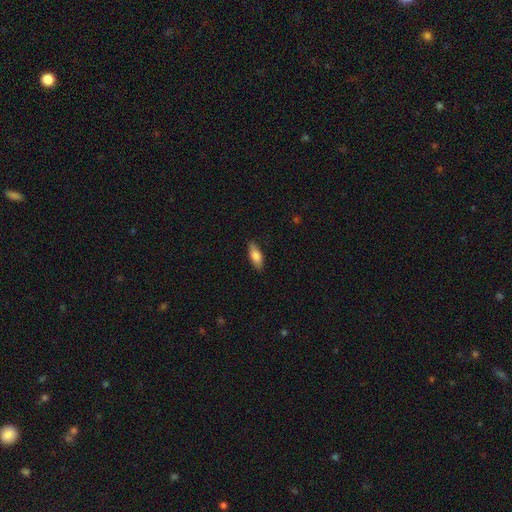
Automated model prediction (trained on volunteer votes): This appears to be a smooth galaxy with no disk features (80%) that is in between round and cigar-shaped (72%). Merging: none (86%).